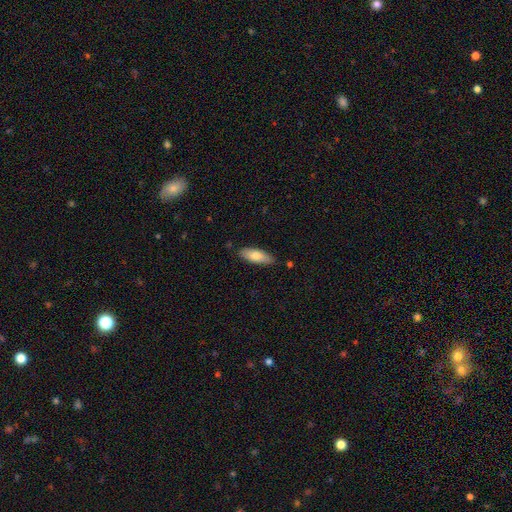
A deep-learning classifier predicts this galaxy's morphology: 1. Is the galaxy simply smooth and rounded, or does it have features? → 76% smooth, 18% featured or disk, 6% star or artifact.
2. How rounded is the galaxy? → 70% in between, 28% cigar-shaped, 2% round.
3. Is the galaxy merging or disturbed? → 83% none, 13% minor disturbance, 2% merger, 2% major disturbance.